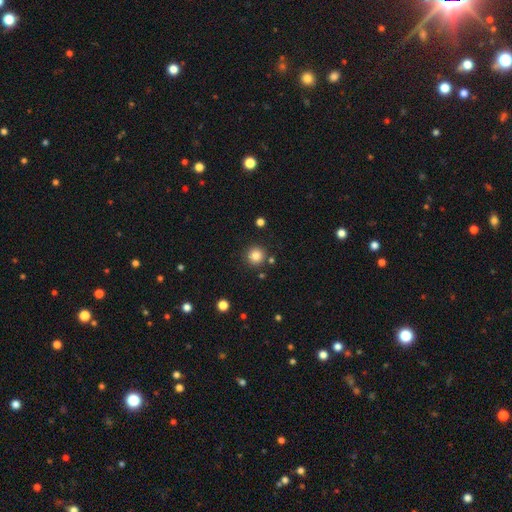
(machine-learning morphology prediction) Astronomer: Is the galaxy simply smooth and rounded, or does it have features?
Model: smooth — 84%.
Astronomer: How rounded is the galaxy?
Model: round — 95%.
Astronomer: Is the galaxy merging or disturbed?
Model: none — 88%.